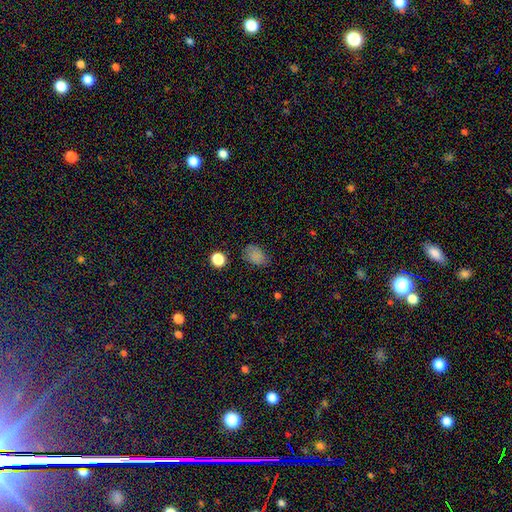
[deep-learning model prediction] Smooth or featured? Predicted: smooth (p=0.81). How rounded? Predicted: in between (p=0.82). Merging? Predicted: none (p=0.75).